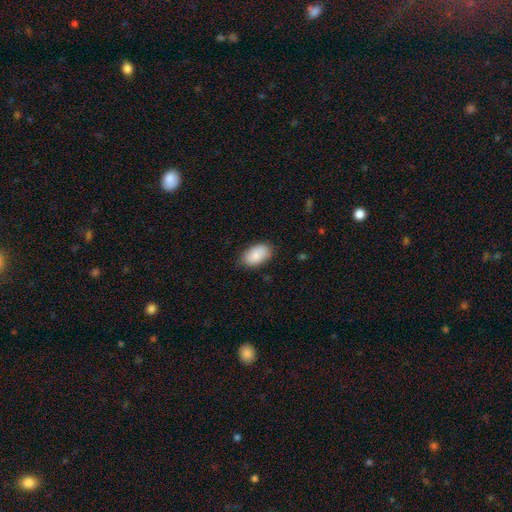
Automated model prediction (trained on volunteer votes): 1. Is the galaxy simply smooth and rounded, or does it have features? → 87% smooth, 7% featured or disk, 6% star or artifact.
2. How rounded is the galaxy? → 94% in between, 5% round, 1% cigar-shaped.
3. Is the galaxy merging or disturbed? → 83% none, 14% minor disturbance, 3% major disturbance, 1% merger.